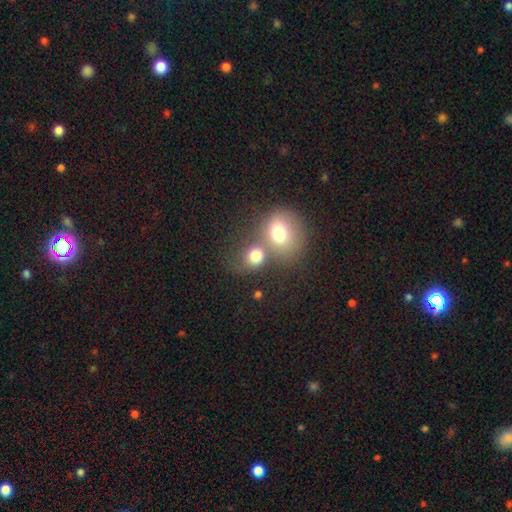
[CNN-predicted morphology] This is likely a smooth galaxy (75%). How rounded: likely round (66%). Merging: possibly merger (55%).